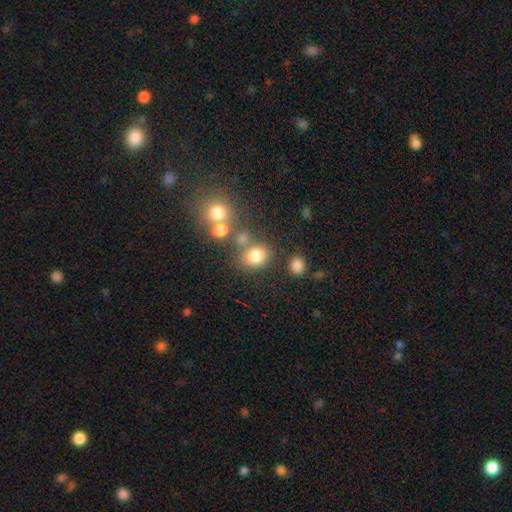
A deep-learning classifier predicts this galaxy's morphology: This is likely a smooth galaxy (78%). How rounded: likely round (62%). Merging: likely none (61%).